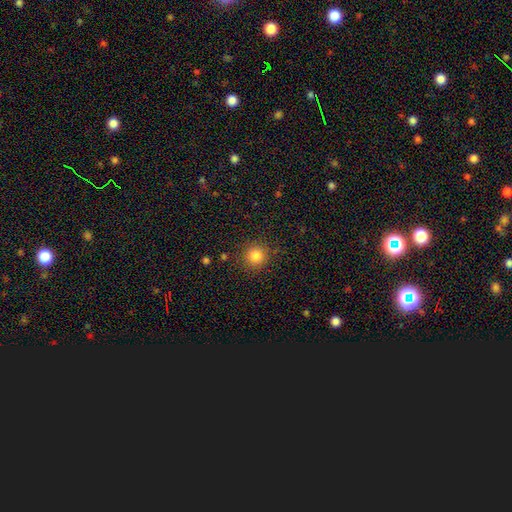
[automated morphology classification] A smooth galaxy with no disk features (84%) that is round (94%). Merging: none (87%).